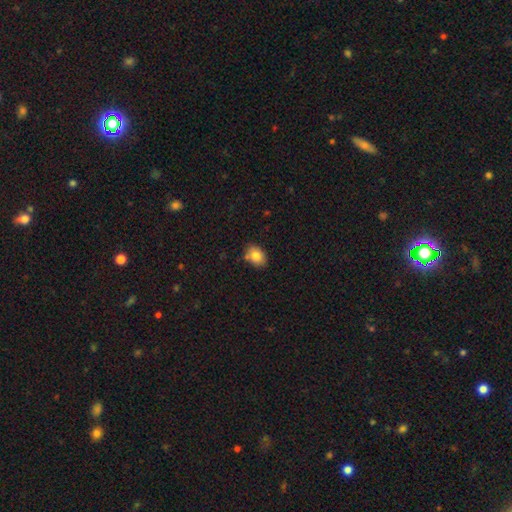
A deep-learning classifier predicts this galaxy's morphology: This is clearly a smooth galaxy (82%). How rounded: likely in between (71%). Merging: likely none (78%).